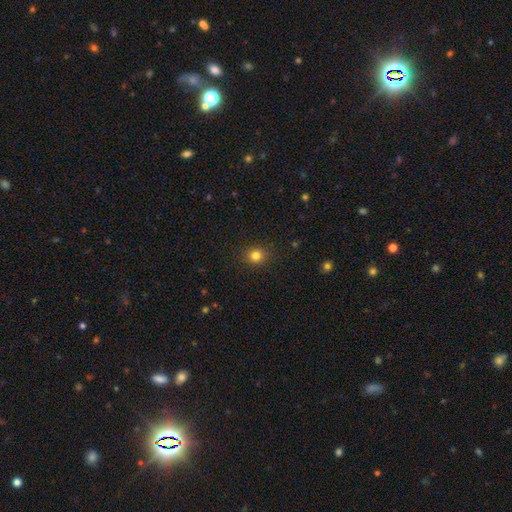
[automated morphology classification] A smooth galaxy with no disk features (81%) that is round (80%). Merging: none (89%).